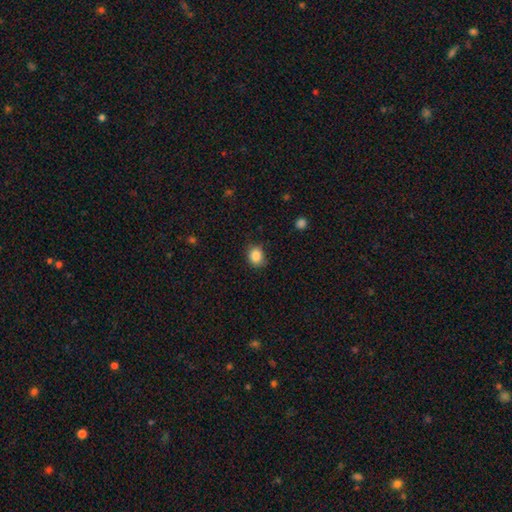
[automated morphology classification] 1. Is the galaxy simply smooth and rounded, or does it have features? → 86% smooth, 10% star or artifact, 4% featured or disk.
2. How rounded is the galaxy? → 63% round, 36% in between, 1% cigar-shaped.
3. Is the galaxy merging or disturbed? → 77% none, 18% minor disturbance, 4% major disturbance, 1% merger.